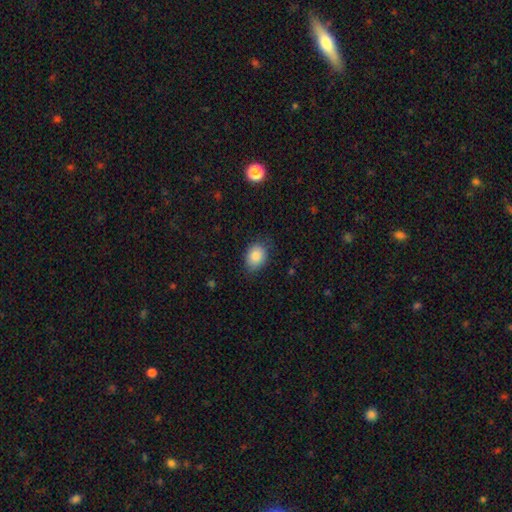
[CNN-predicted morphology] This is clearly a smooth galaxy (86%). How rounded: likely in between (66%). Merging: likely none (78%).